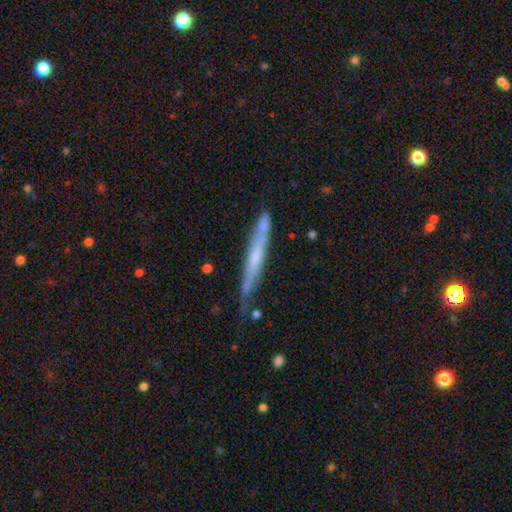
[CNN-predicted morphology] type=featured or disk (54%); edge-on=yes (88%); merging=none (63%).